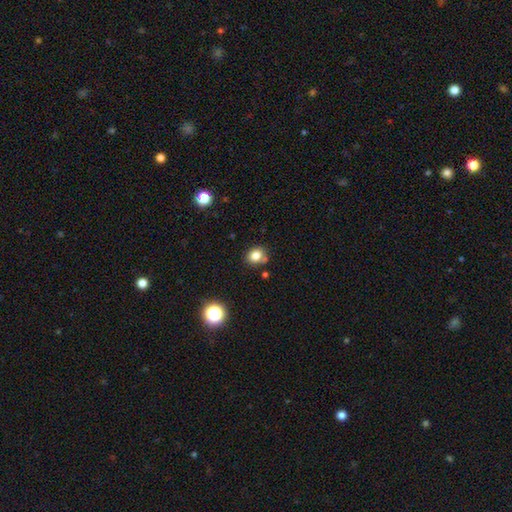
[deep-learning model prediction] A smooth galaxy with no disk features (81%) that is round (64%). Merging: none (74%).